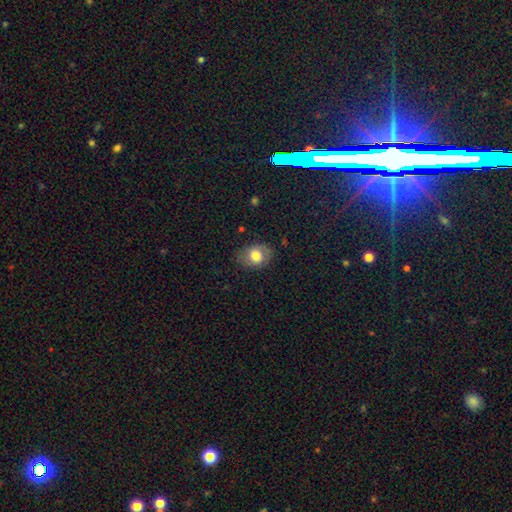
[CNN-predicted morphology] Overall: smooth (73%). How rounded: in between (56%; round 43%). Merging: none (76%).